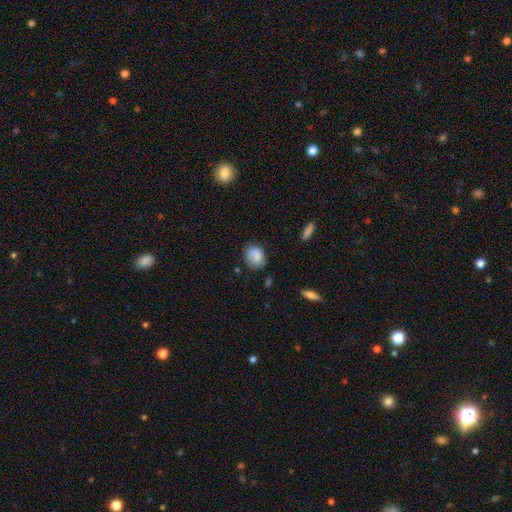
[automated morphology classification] Smooth or featured: smooth — 80% (featured or disk — 12%)
How rounded: round — 58% (in between — 40%)
Merging: none — 66% (minor disturbance — 24%)